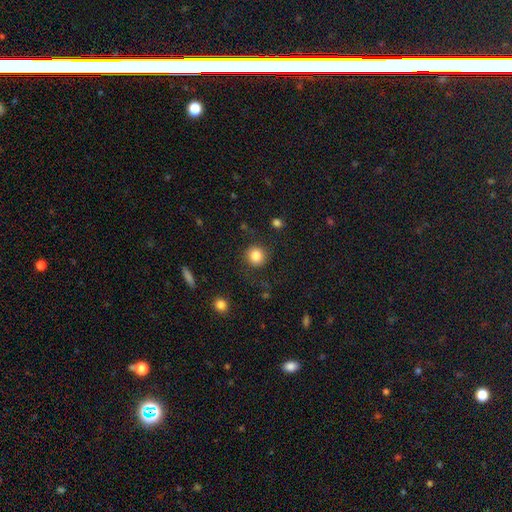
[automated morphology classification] This appears to be a smooth galaxy with no disk features (84%) that is round (91%). Merging: none (82%).